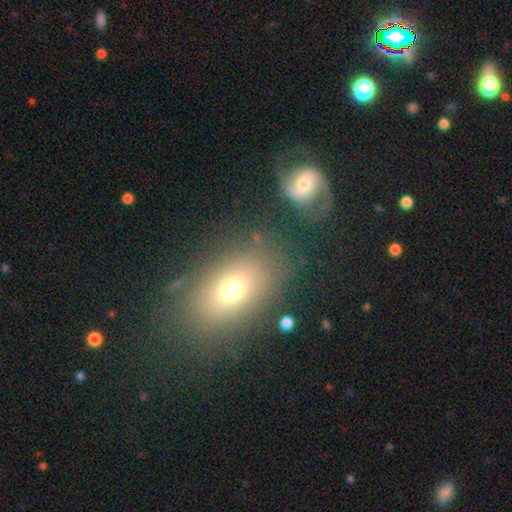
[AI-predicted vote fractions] Smooth or featured? Predicted: smooth (p=0.62). How rounded? Predicted: in between (p=0.78). Merging? Predicted: none (p=0.75).